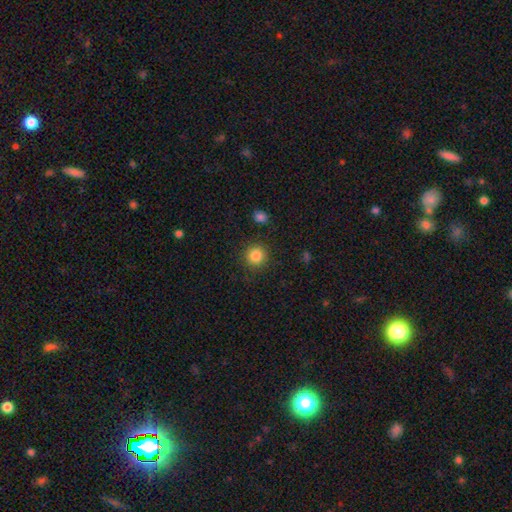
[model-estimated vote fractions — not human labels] Q: Smooth or featured?
A: smooth (85%); runner-up: star or artifact (10%)
Q: How rounded?
A: round (93%); runner-up: in between (6%)
Q: Merging?
A: none (89%); runner-up: minor disturbance (6%)